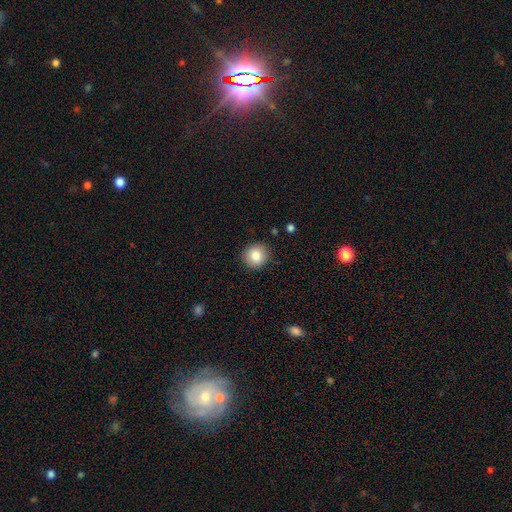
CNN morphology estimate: Q: Smooth or featured?
A: smooth (84%); runner-up: star or artifact (9%)
Q: How rounded?
A: round (87%); runner-up: in between (12%)
Q: Merging?
A: none (89%); runner-up: minor disturbance (8%)